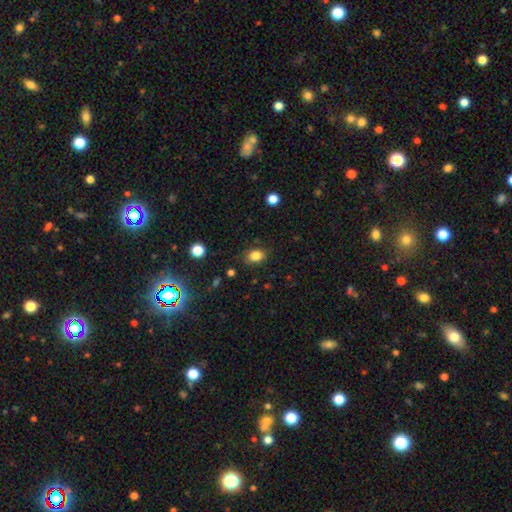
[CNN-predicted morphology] Smooth or featured? smooth (83%)
How rounded? in between (59%)
Merging? none (83%)